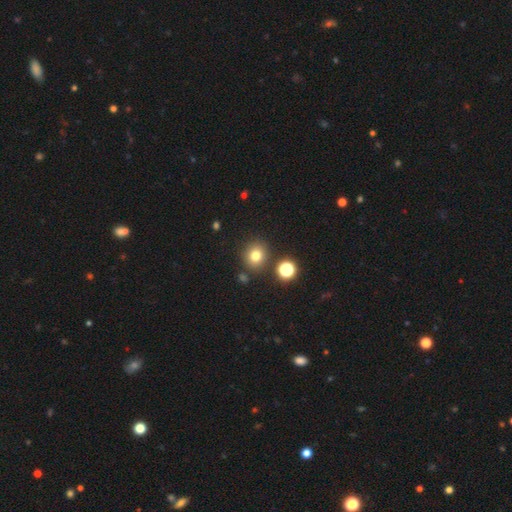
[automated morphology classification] smooth_or_featured: smooth (p=0.76) [alt: star or artifact p=0.16]
how_rounded: round (p=0.86) [alt: in between p=0.14]
merging: none (p=0.83) [alt: minor disturbance p=0.08]